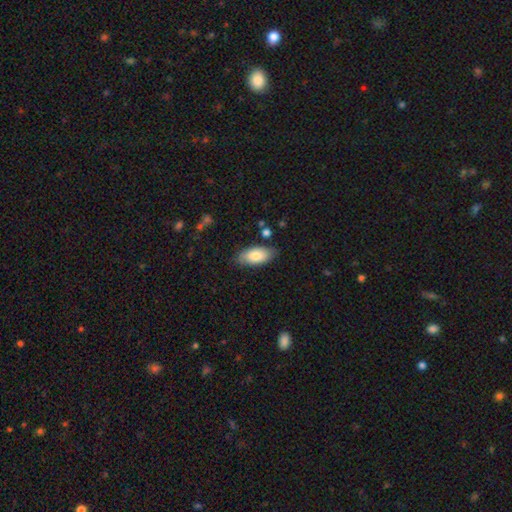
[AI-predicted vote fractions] smooth 80%, featured or disk 14%, star or artifact 6%. Down the decision tree: how rounded — in between (92%); merging — none (80%).